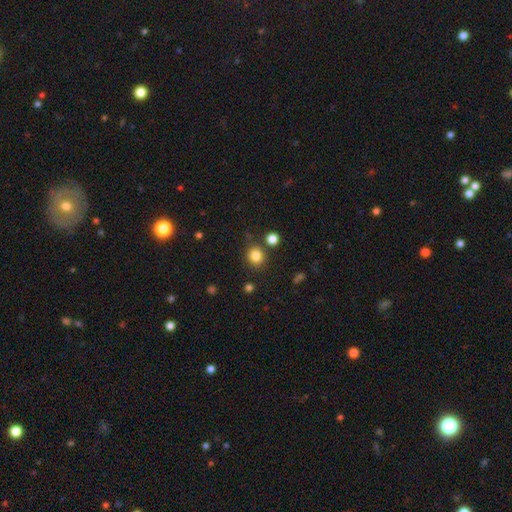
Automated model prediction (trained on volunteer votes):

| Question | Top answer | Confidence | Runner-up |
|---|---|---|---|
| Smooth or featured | smooth | 82% | star or artifact (13%) |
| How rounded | round | 85% | in between (14%) |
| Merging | none | 82% | minor disturbance (9%) |